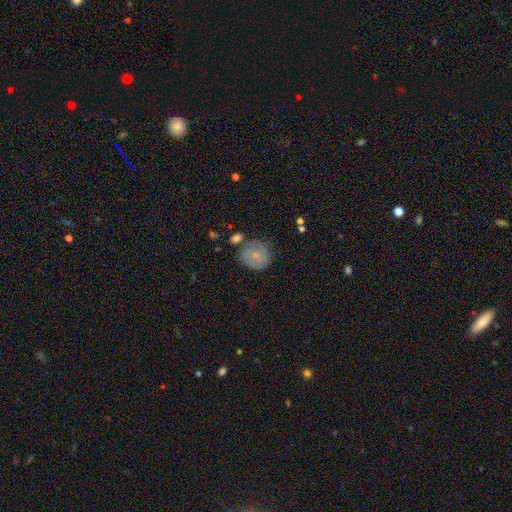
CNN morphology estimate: A smooth galaxy with no disk features (57%) that is round (83%).

Vote fractions:
- Smooth or featured? smooth: 57% / featured or disk: 35% / star or artifact: 8%
- How rounded? round: 83% / in between: 16% / cigar-shaped: 1%
- Merging? none: 65% / minor disturbance: 21% / merger: 8% / major disturbance: 6%